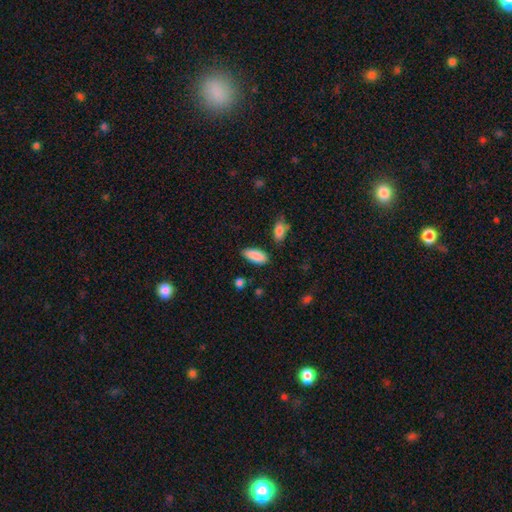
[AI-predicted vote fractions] Smooth or featured? Predicted: smooth (p=0.89). How rounded? Predicted: in between (p=0.85). Merging? Predicted: none (p=0.81).